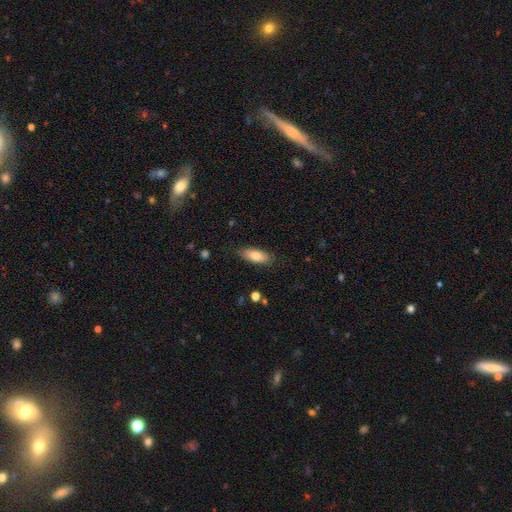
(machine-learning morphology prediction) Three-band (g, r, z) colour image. It shows a smooth galaxy with no disk features (79%) that is in between round and cigar-shaped (74%). Merging: none (82%).